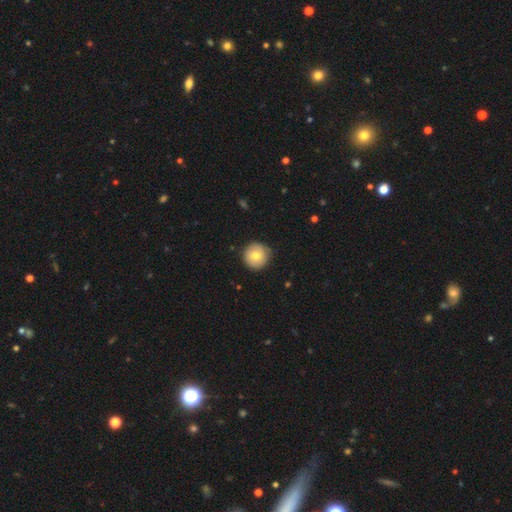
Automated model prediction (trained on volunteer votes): Q: Smooth or featured?
A: smooth (77%); runner-up: featured or disk (16%)
Q: How rounded?
A: round (96%); runner-up: in between (3%)
Q: Merging?
A: none (88%); runner-up: minor disturbance (9%)